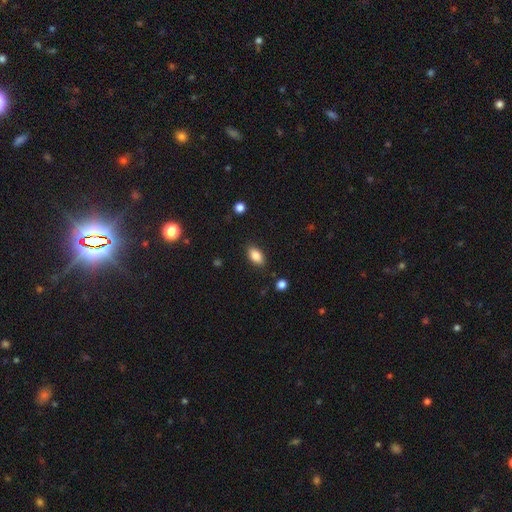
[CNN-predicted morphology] This appears to be a smooth galaxy with no disk features (85%) that is in between round and cigar-shaped (90%). Merging: none (86%).